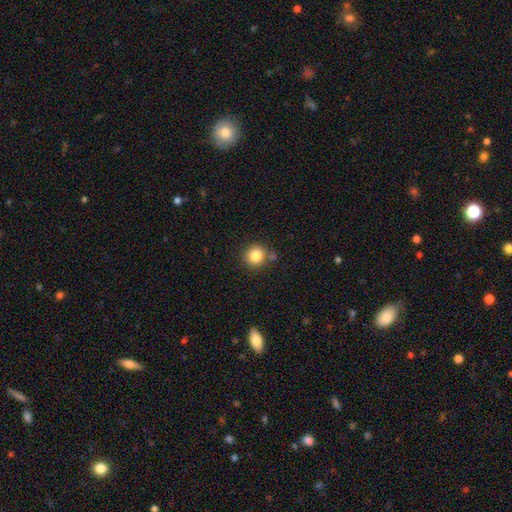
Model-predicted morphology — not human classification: This appears to be a smooth galaxy with no disk features (84%) that is round (91%). Merging: none (81%).